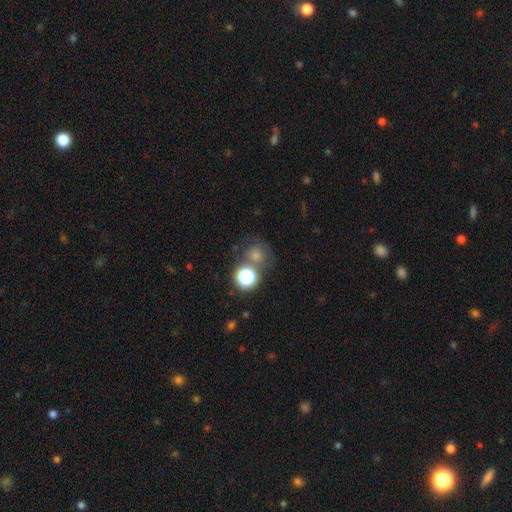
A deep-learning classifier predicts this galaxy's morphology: Overall: smooth (65%). How rounded: round (83%). Merging: none (58%; merger 20%).